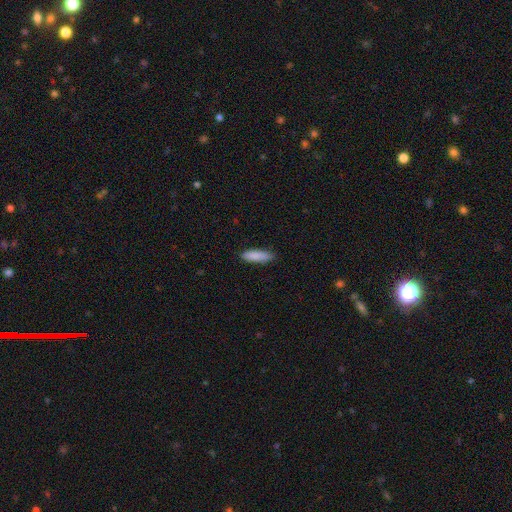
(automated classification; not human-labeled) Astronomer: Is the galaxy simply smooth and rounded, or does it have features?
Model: smooth — 88%.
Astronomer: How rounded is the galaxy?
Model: cigar-shaped — 55% (runner-up: in between, 44%).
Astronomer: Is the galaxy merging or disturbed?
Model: none — 85%.